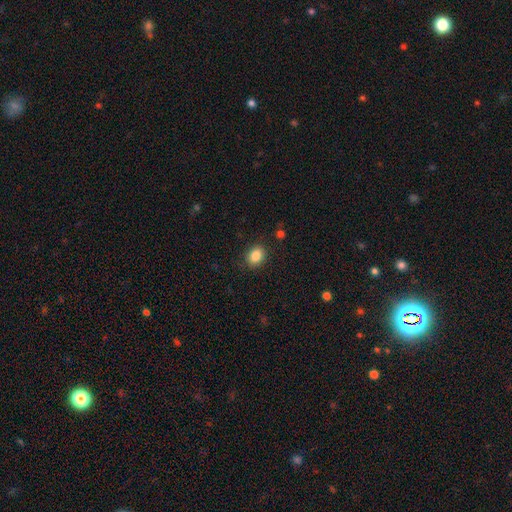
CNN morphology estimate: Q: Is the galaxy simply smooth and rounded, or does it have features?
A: smooth — 85%.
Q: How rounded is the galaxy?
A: in between — 57%.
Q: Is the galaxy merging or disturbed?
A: none — 87%.